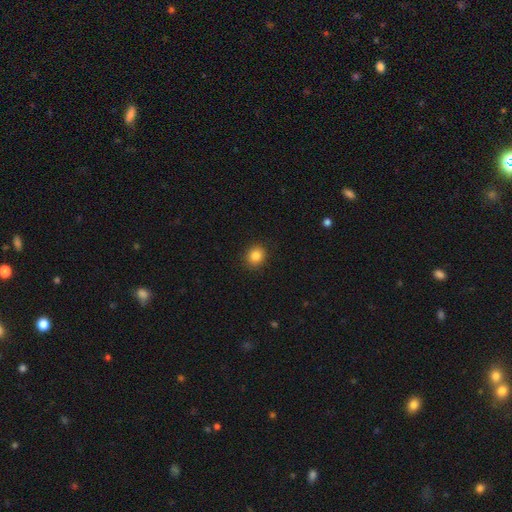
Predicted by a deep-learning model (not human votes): smooth-or-featured: smooth: 85% | star or artifact: 10% | featured or disk: 5%
  how-rounded: round: 78% | in between: 21% | cigar-shaped: 1%
  merging: none: 90% | minor disturbance: 7% | major disturbance: 2% | merger: 1%